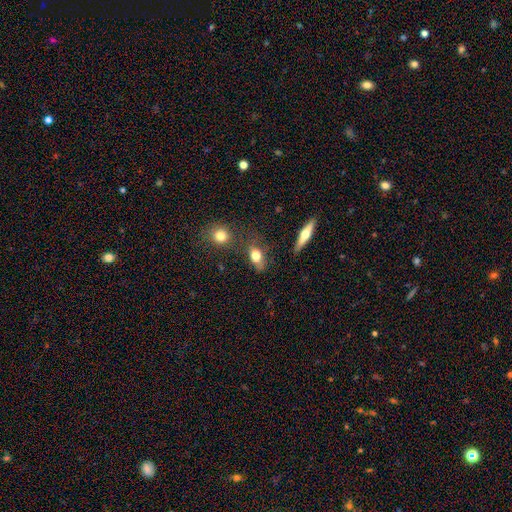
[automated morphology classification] smooth-or-featured: smooth: 73% | featured or disk: 18% | star or artifact: 9%
  how-rounded: in between: 76% | round: 17% | cigar-shaped: 7%
  merging: none: 59% | minor disturbance: 22% | major disturbance: 10% | merger: 9%